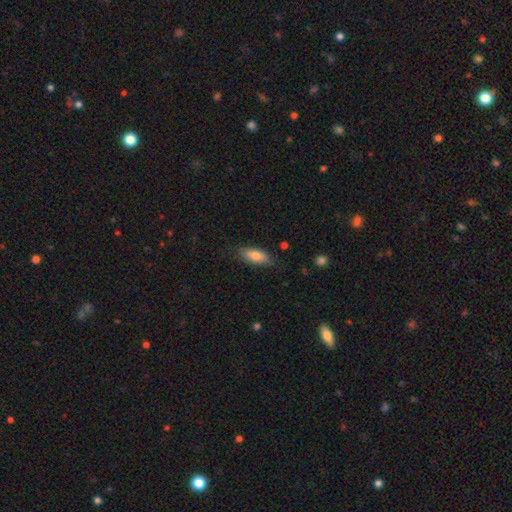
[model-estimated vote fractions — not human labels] This appears to be a smooth galaxy with no disk features (78%) that is in between round and cigar-shaped (73%). Merging: none (82%).